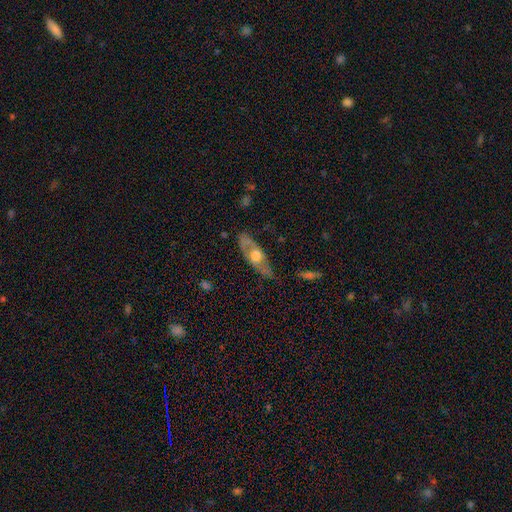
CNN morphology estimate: Smooth or featured?
  - featured or disk: 59% *
  - smooth: 36%
  - star or artifact: 5%
Edge-on disk?
  - no: 52% *
  - yes: 48%
Merging?
  - none: 74% *
  - minor disturbance: 19%
  - major disturbance: 5%
  - merger: 2%